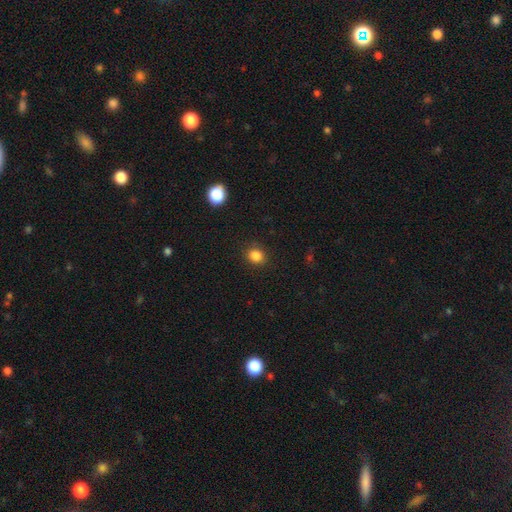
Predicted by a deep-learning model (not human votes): Smooth or featured?
  - smooth: 84% *
  - star or artifact: 12%
  - featured or disk: 4%
How rounded?
  - round: 72% *
  - in between: 27%
  - cigar-shaped: 1%
Merging?
  - none: 89% *
  - minor disturbance: 8%
  - major disturbance: 2%
  - merger: 1%